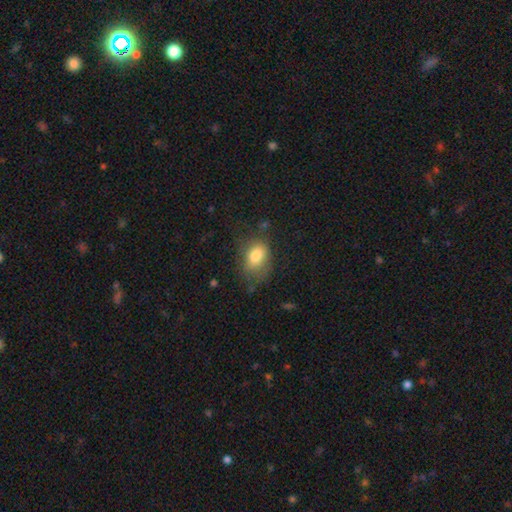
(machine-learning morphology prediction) Smooth or featured?
  - smooth: 79% *
  - featured or disk: 13%
  - star or artifact: 9%
How rounded?
  - in between: 76% *
  - round: 22%
  - cigar-shaped: 1%
Merging?
  - none: 55% *
  - minor disturbance: 27%
  - major disturbance: 15%
  - merger: 3%